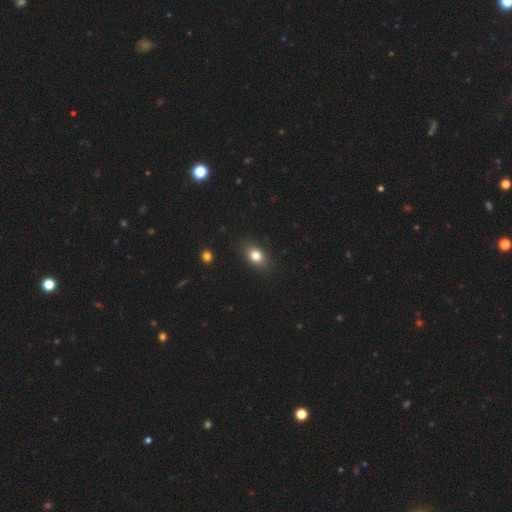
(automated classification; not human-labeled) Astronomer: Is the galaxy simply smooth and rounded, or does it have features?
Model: smooth — 80%.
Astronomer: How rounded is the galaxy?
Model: in between — 73%.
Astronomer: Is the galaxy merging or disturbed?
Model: none — 86%.